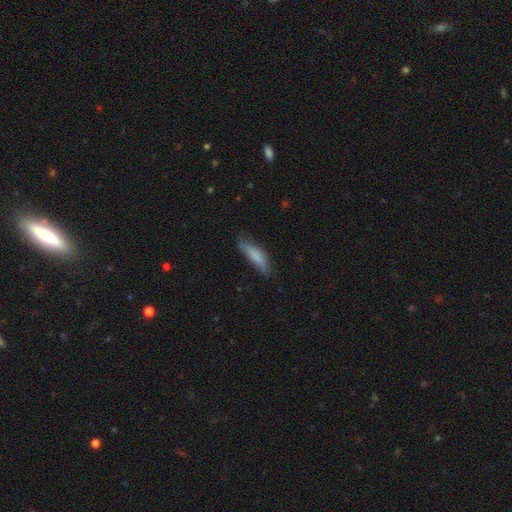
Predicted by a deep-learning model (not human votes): smooth 79%, featured or disk 15%, star or artifact 7%. Down the decision tree: how rounded — cigar-shaped (67%); merging — none (65%).